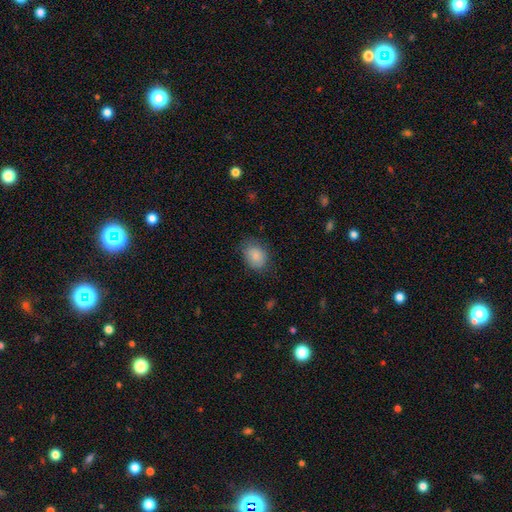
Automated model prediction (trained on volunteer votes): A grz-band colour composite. It shows a smooth galaxy with no disk features (86%) that is in between round and cigar-shaped (57%). Merging: none (75%).